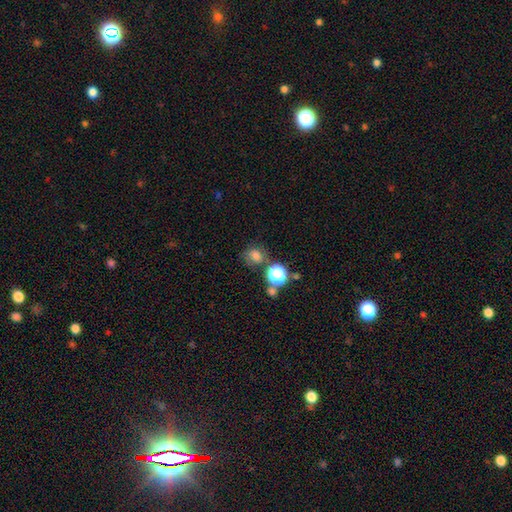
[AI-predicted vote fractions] A smooth galaxy with no disk features (71%) that is round (72%). Merging: none (63%).